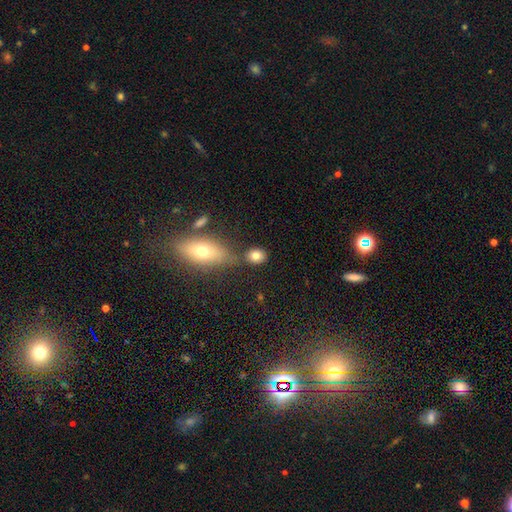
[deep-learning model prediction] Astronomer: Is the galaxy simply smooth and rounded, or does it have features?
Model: smooth — 79%.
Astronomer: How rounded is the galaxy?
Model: round — 51% (runner-up: in between, 47%).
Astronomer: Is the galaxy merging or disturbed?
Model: none — 71%.